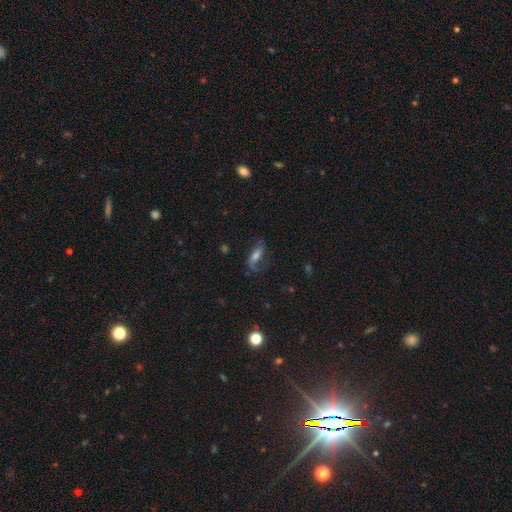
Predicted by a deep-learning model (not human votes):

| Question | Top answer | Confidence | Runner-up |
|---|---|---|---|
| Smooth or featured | featured or disk | 56% | smooth (32%) |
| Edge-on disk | no | 84% | yes (16%) |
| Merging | none | 61% | minor disturbance (21%) |